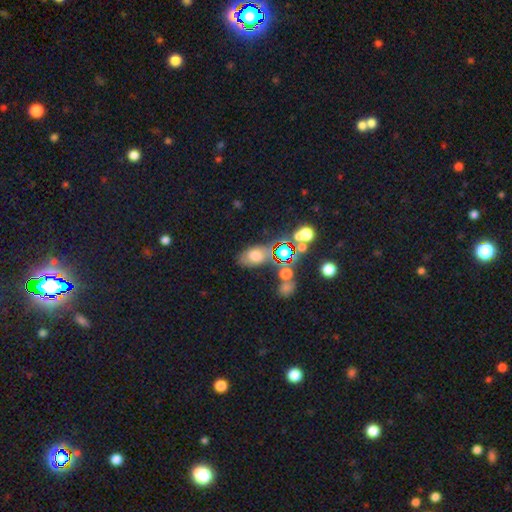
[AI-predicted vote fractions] Smooth or featured?
  - smooth: 61% *
  - star or artifact: 21%
  - featured or disk: 18%
How rounded?
  - in between: 83% *
  - round: 14%
  - cigar-shaped: 2%
Merging?
  - none: 57% *
  - minor disturbance: 19%
  - merger: 14%
  - major disturbance: 10%